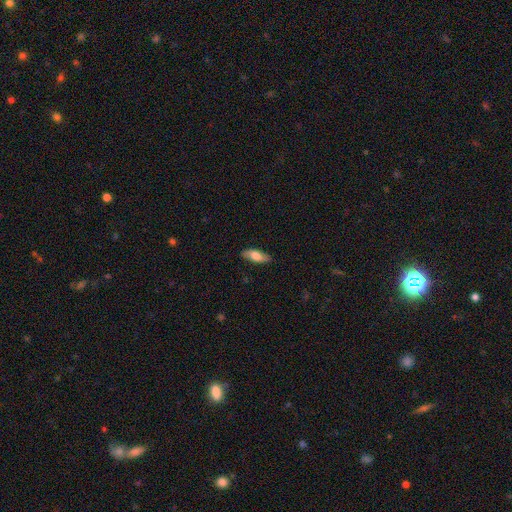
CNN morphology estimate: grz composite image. It shows a smooth galaxy with no disk features (64%) that is in between round and cigar-shaped (73%). Merging: none (83%).